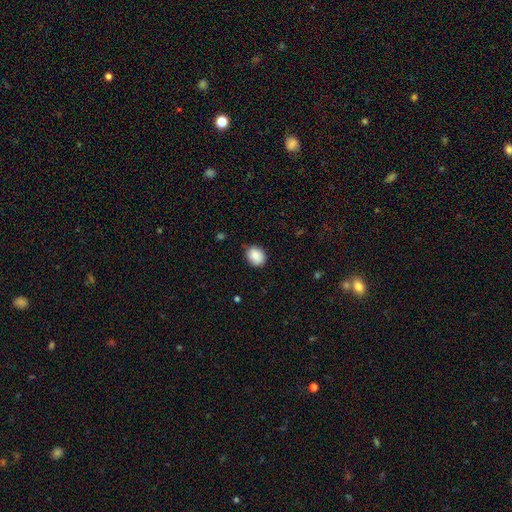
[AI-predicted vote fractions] Smooth or featured: smooth — 87% (star or artifact — 8%)
How rounded: in between — 50% (round — 49%)
Merging: none — 74% (minor disturbance — 21%)